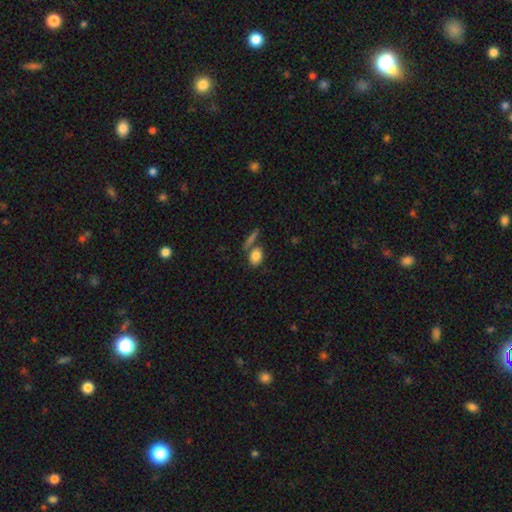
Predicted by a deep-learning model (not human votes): This appears to be a smooth galaxy with no disk features (82%) that is in between round and cigar-shaped (78%). Merging: none (61%).